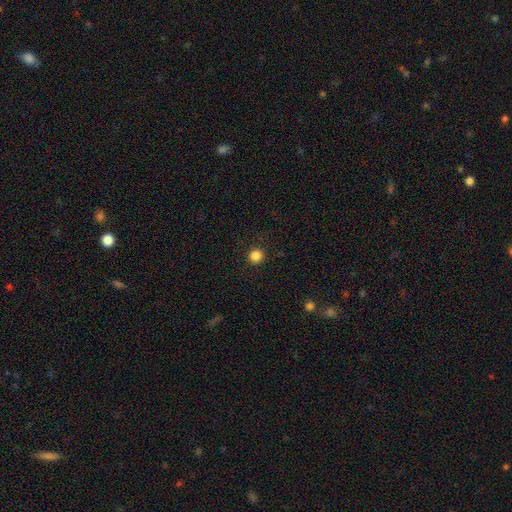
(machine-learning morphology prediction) A smooth galaxy with no disk features (86%) that is round (93%). Merging: none (92%).